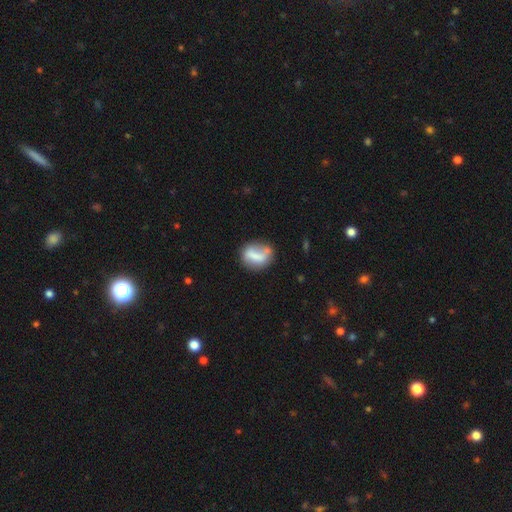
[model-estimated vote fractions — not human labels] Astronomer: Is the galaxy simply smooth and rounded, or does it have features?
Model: smooth — 60%.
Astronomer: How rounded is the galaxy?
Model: in between — 60%.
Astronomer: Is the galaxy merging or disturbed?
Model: none — 45% (runner-up: minor disturbance, 25%).